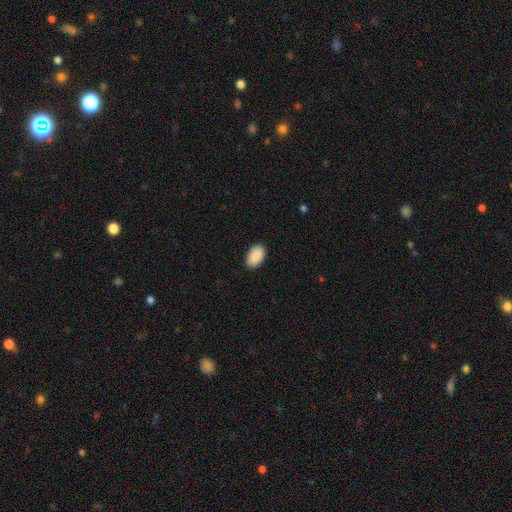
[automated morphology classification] smooth-or-featured: smooth: 91% | star or artifact: 6% | featured or disk: 3%
  how-rounded: in between: 94% | round: 5% | cigar-shaped: 1%
  merging: none: 89% | minor disturbance: 8% | major disturbance: 2% | merger: 1%